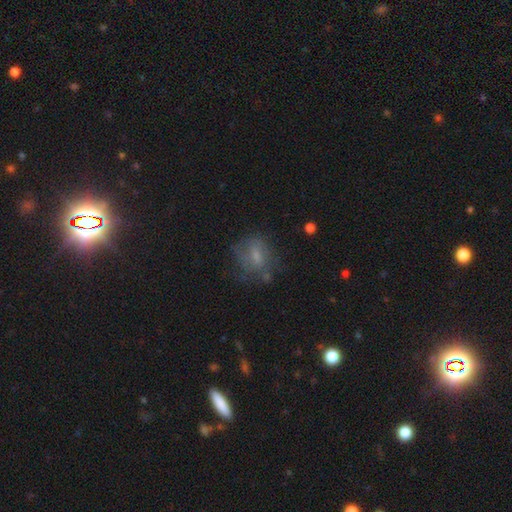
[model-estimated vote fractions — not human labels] smooth-or-featured: smooth: 53% | featured or disk: 35% | star or artifact: 12%
  how-rounded: in between: 51% | round: 45% | cigar-shaped: 3%
  merging: none: 52% | minor disturbance: 25% | major disturbance: 19% | merger: 4%